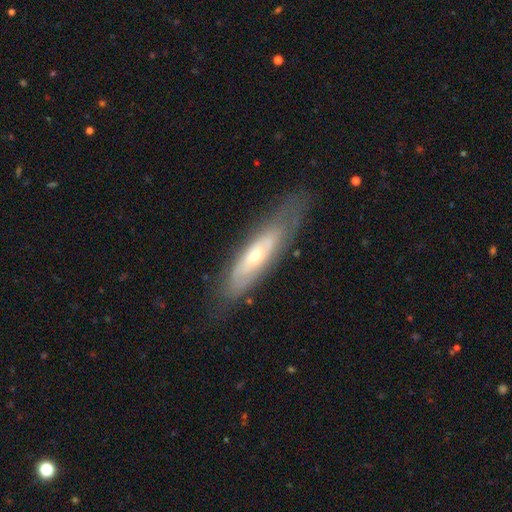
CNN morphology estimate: Smooth or featured? Predicted: featured or disk (p=0.61). Edge-on disk? Predicted: no (p=0.63). Merging? Predicted: none (p=0.69).